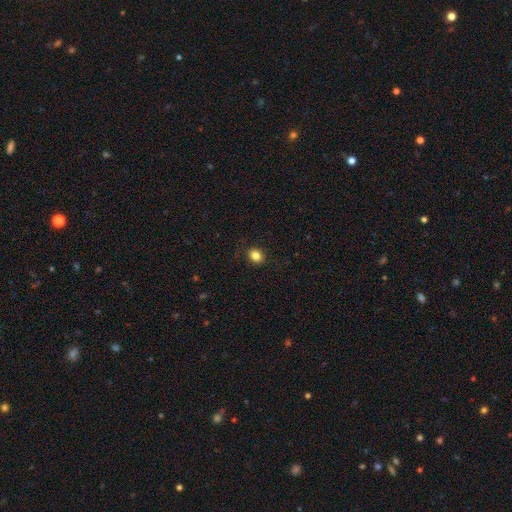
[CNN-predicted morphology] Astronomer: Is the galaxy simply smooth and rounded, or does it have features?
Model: smooth — 84%.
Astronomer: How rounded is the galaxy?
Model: round — 62% (runner-up: in between, 38%).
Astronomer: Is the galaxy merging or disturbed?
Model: none — 88%.